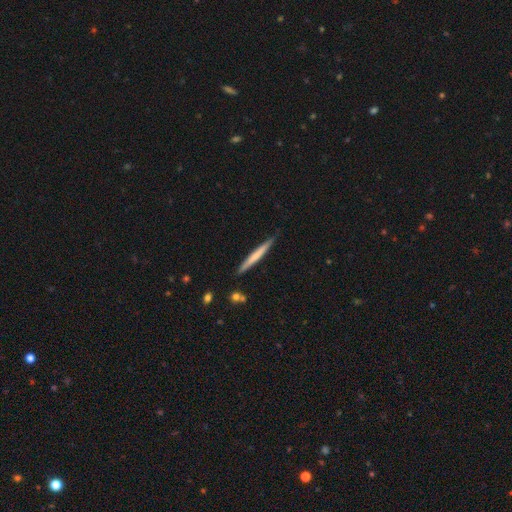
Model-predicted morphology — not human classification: type=smooth (58%); roundness=cigar-shaped (97%); merging=none (87%).